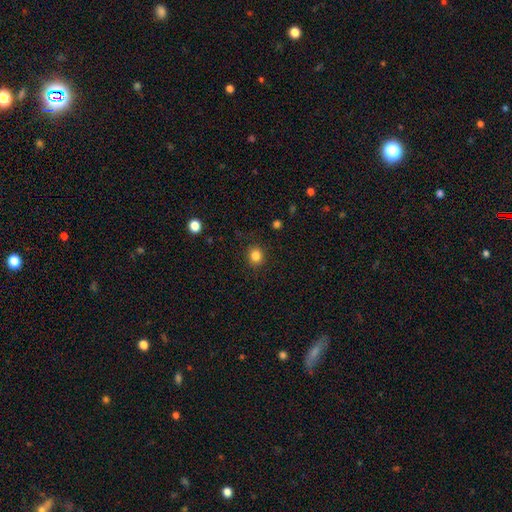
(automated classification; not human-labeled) Morphology: type=smooth (84%); roundness=round (83%); merging=none (89%).